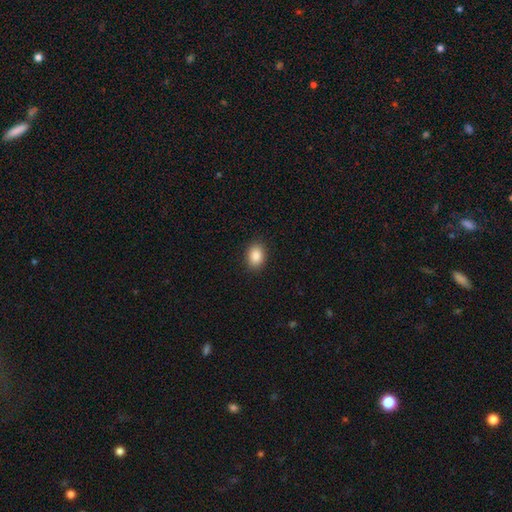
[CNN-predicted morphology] smooth-or-featured: smooth: 88% | star or artifact: 8% | featured or disk: 3%
  how-rounded: in between: 76% | round: 22% | cigar-shaped: 1%
  merging: none: 89% | minor disturbance: 8% | major disturbance: 2% | merger: 1%